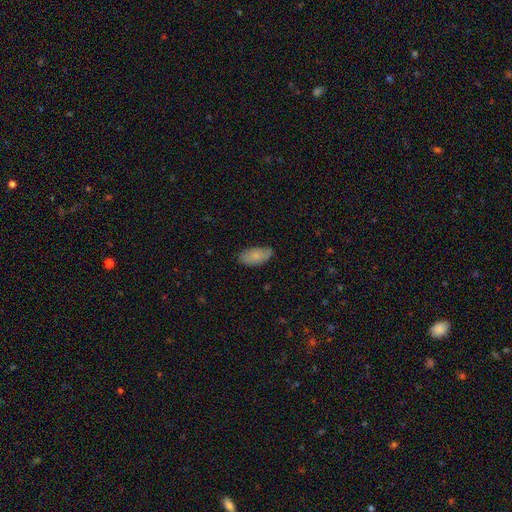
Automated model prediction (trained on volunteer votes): smooth 78%, featured or disk 16%, star or artifact 7%. Down the decision tree: how rounded — in between (93%); merging — none (71%).